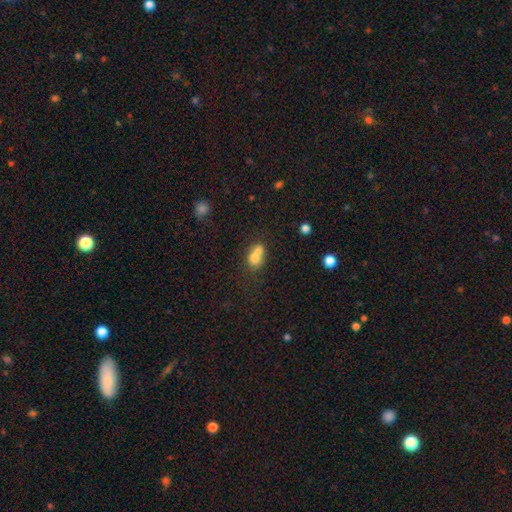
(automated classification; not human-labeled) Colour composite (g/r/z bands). It shows a smooth galaxy with no disk features (69%) that is round (56%). Merging: merger (67%).